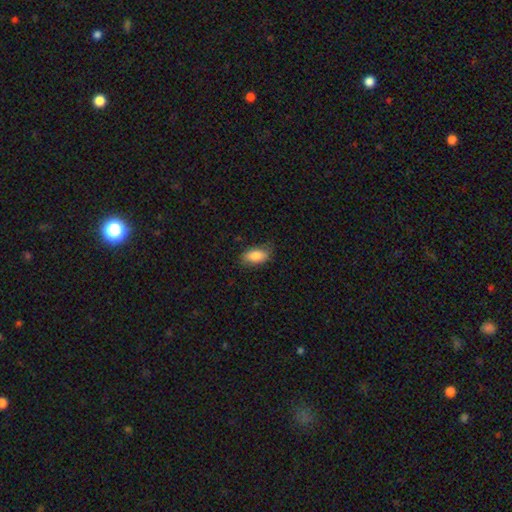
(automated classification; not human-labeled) This appears to be a smooth galaxy with no disk features (85%) that is in between round and cigar-shaped (91%). Merging: none (75%).